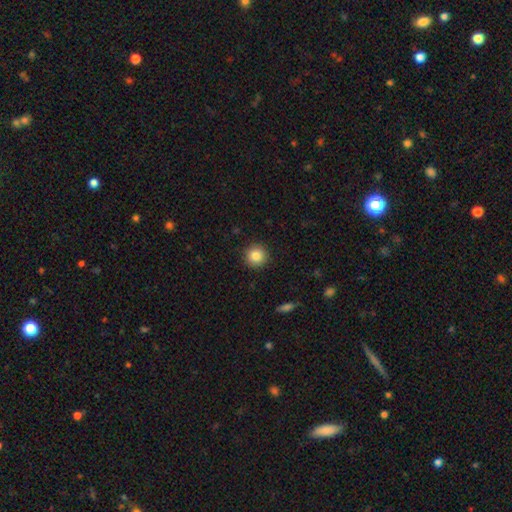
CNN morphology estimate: A smooth galaxy with no disk features (85%) that is round (95%).

Vote fractions:
- Smooth or featured? smooth: 85% / star or artifact: 9% / featured or disk: 5%
- How rounded? round: 95% / in between: 4% / cigar-shaped: 1%
- Merging? none: 92% / minor disturbance: 5% / major disturbance: 2% / merger: 1%